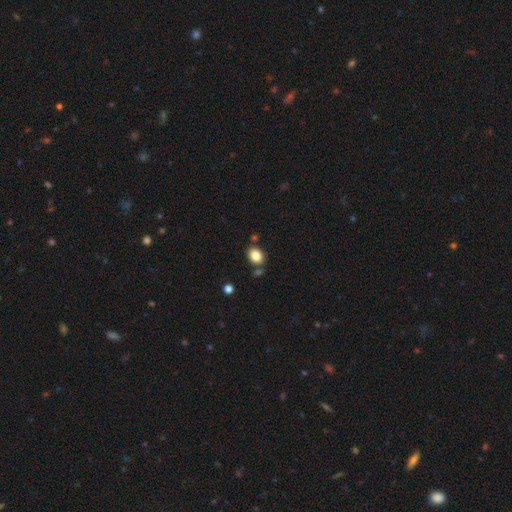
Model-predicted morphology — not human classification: smooth-or-featured: smooth: 84% | star or artifact: 9% | featured or disk: 7%
  how-rounded: in between: 67% | round: 32% | cigar-shaped: 1%
  merging: none: 77% | minor disturbance: 11% | merger: 9% | major disturbance: 3%